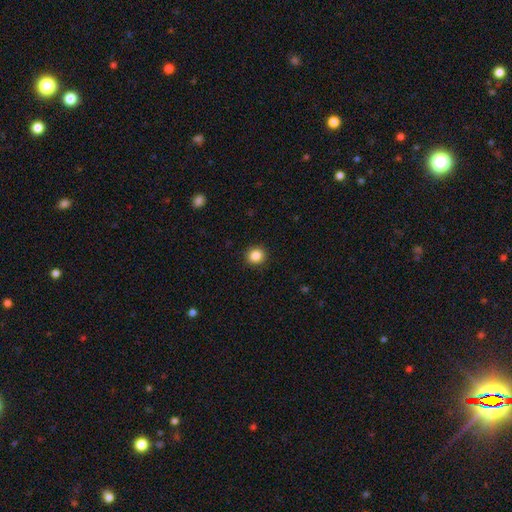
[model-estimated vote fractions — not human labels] This is clearly a smooth galaxy (86%). How rounded: clearly round (89%). Merging: clearly none (92%).